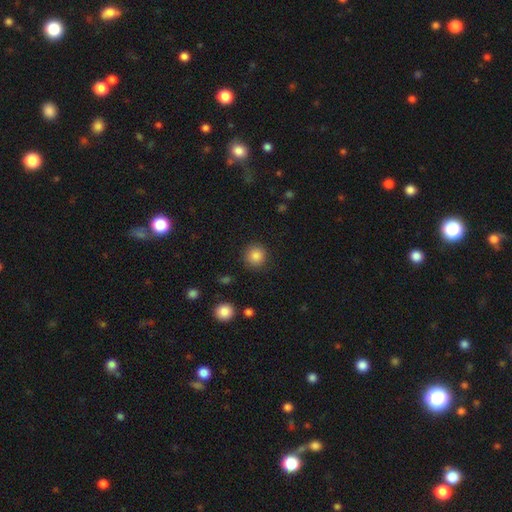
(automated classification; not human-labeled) A smooth galaxy with no disk features (86%) that is round (92%).

Vote fractions:
- Smooth or featured? smooth: 86% / star or artifact: 10% / featured or disk: 4%
- How rounded? round: 92% / in between: 7% / cigar-shaped: 1%
- Merging? none: 90% / minor disturbance: 6% / major disturbance: 3% / merger: 1%